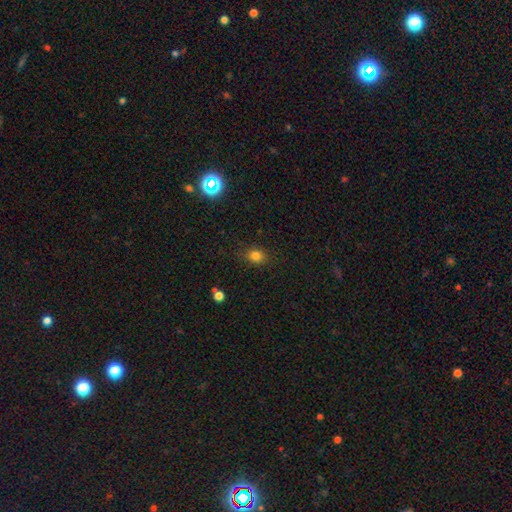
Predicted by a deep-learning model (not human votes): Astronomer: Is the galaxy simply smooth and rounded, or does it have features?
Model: smooth — 80%.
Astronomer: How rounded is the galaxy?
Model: round — 59% (runner-up: in between, 40%).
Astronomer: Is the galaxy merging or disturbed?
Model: none — 83%.